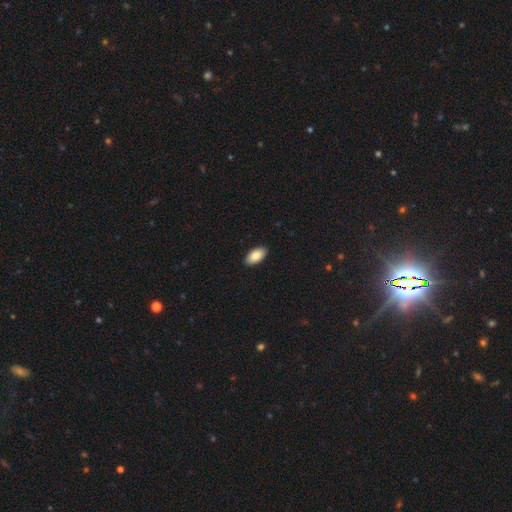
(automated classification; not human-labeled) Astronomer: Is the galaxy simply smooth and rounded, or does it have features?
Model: smooth — 87%.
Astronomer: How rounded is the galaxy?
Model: in between — 95%.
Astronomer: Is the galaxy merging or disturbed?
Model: none — 91%.